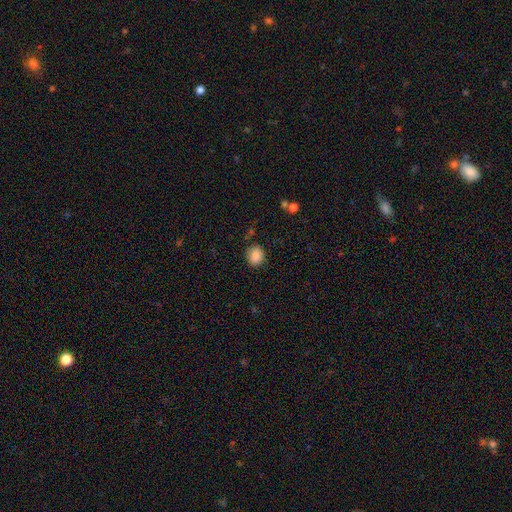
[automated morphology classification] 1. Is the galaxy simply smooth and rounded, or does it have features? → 87% smooth, 9% star or artifact, 4% featured or disk.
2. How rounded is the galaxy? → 70% round, 29% in between, 1% cigar-shaped.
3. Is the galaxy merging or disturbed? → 79% none, 15% minor disturbance, 4% major disturbance, 2% merger.